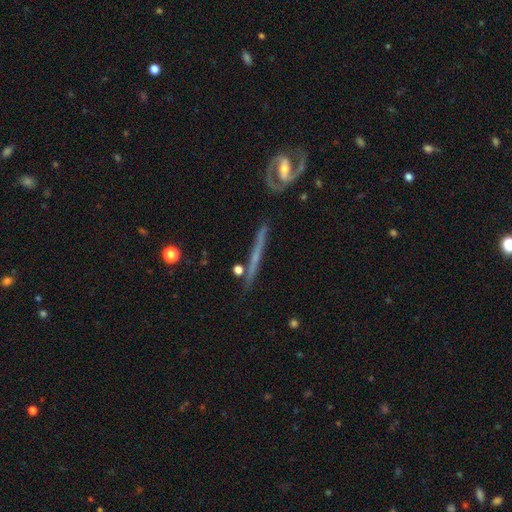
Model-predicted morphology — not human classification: A featured or disk galaxy (71%) viewed edge-on (85%) with no central bulge (67%).

Vote fractions:
- Smooth or featured? featured or disk: 71% / smooth: 20% / star or artifact: 9%
- Edge-on disk? yes: 85% / no: 15%
- Edge-on bulge? none: 67% / rounded: 26% / boxy: 7%
- Merging? none: 76% / minor disturbance: 14% / merger: 6% / major disturbance: 4%